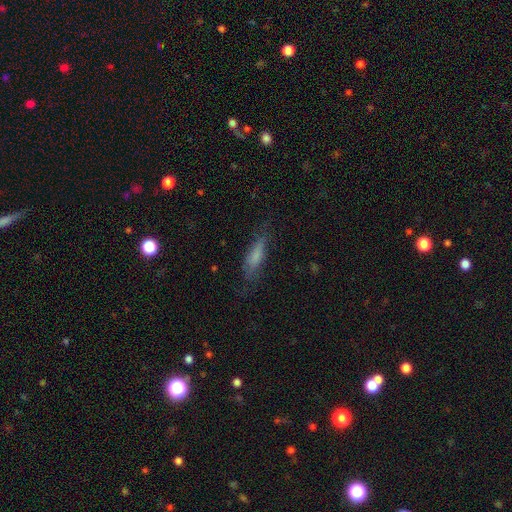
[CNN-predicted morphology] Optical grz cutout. It shows a smooth galaxy with no disk features (67%) that is cigar-shaped (59%). Merging: none (67%).